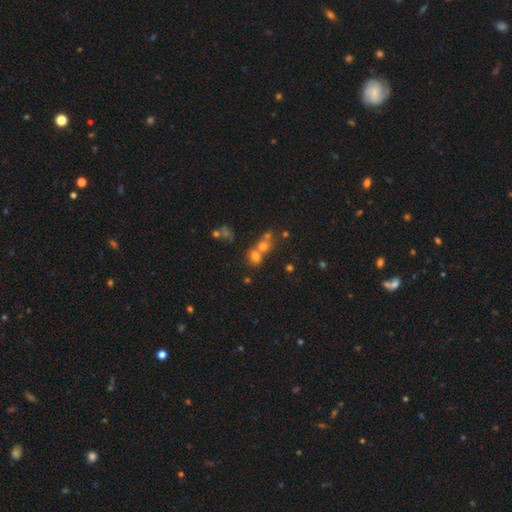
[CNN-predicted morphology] Q: Smooth or featured?
A: smooth (56%); runner-up: star or artifact (27%)
Q: How rounded?
A: round (77%); runner-up: in between (21%)
Q: Merging?
A: merger (49%); runner-up: none (40%)